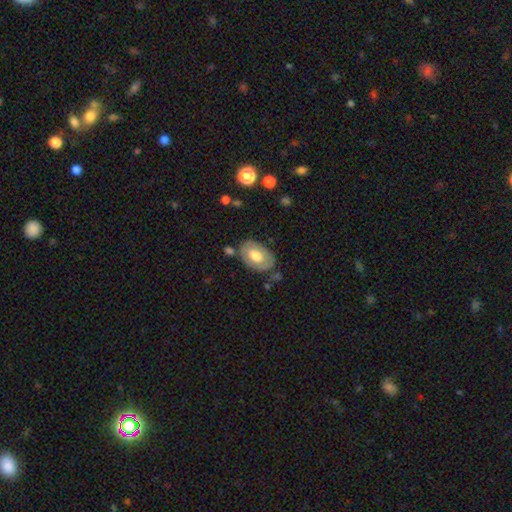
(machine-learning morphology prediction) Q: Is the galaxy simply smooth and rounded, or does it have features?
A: smooth — 58%.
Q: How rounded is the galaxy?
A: in between — 87%.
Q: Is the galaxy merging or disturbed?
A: none — 72%.